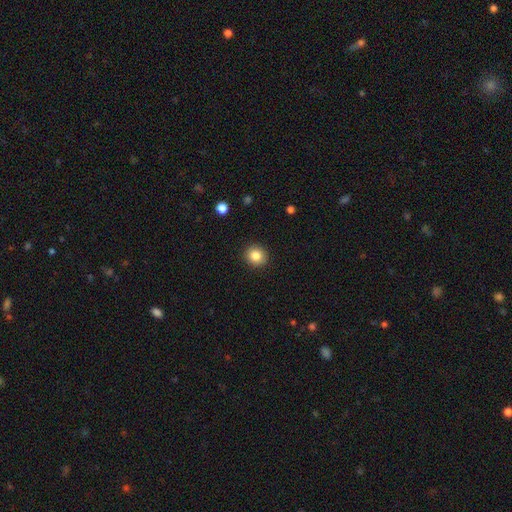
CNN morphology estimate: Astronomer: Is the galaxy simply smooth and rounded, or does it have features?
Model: smooth — 84%.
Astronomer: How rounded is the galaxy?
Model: round — 86%.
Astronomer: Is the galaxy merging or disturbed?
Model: none — 92%.